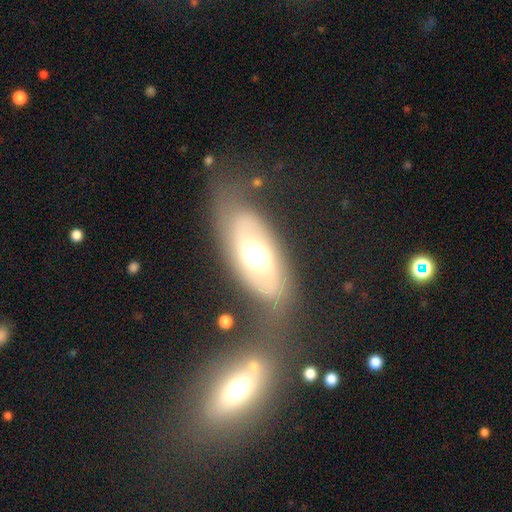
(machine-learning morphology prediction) Smooth or featured?
  - featured or disk: 64% *
  - smooth: 28%
  - star or artifact: 8%
Edge-on disk?
  - no: 90% *
  - yes: 10%
Bar?
  - no: 46% *
  - weak: 36%
  - strong: 18%
Spiral arms?
  - yes: 78% *
  - no: 22%
Bulge size?
  - moderate: 55% *
  - large: 33%
  - small: 5%
  - dominant: 5%
  - none: 1%
Merging?
  - none: 59% *
  - minor disturbance: 19%
  - major disturbance: 12%
  - merger: 10%